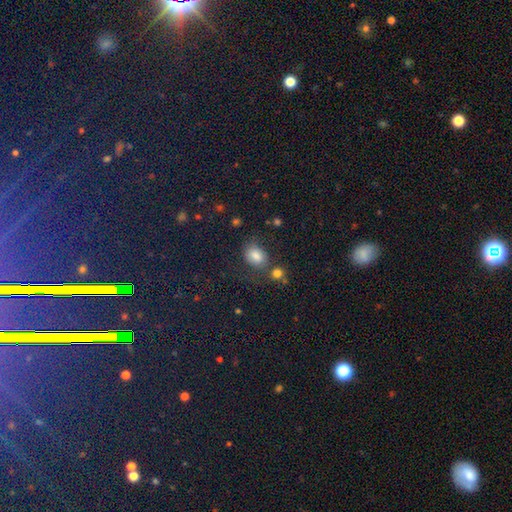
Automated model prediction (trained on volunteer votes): This appears to be a smooth galaxy with no disk features (74%) that is in between round and cigar-shaped (67%). Merging: none (63%).